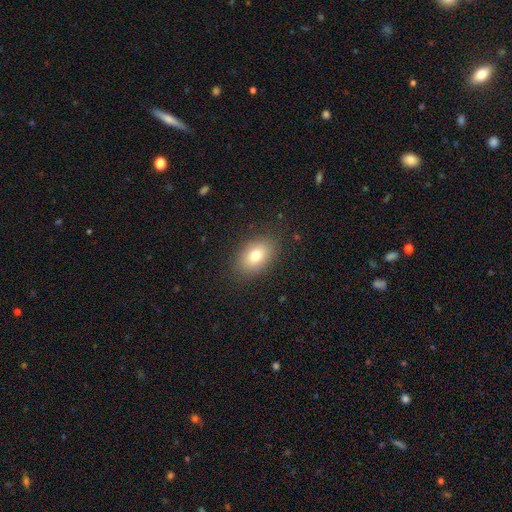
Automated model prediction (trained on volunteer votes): A smooth galaxy with no disk features (78%) that is in between round and cigar-shaped (86%). Merging: none (86%).